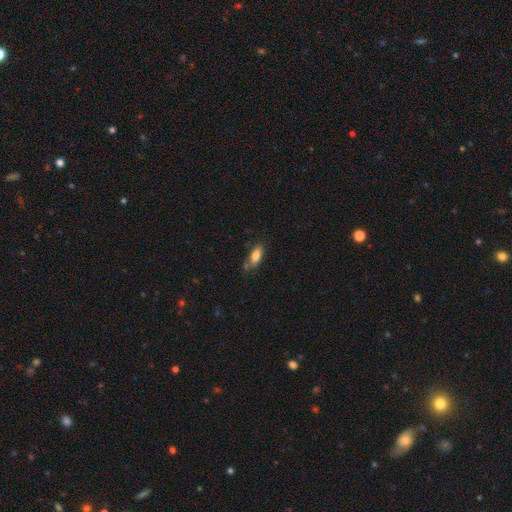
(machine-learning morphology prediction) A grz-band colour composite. It shows a smooth galaxy with no disk features (79%) that is in between round and cigar-shaped (78%). Merging: none (66%).